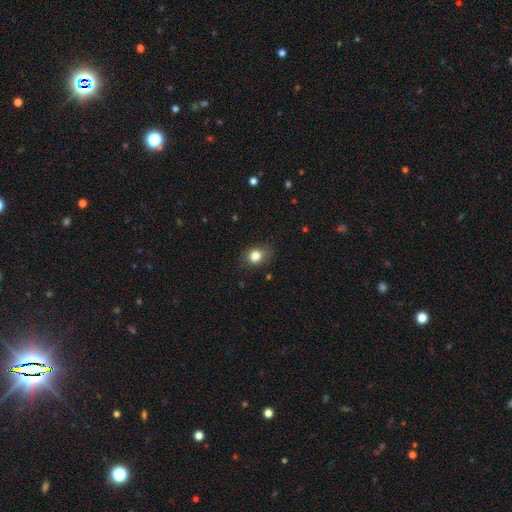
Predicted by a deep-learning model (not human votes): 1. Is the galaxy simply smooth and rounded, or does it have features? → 83% smooth, 10% star or artifact, 7% featured or disk.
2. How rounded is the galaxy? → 53% round, 45% in between, 1% cigar-shaped.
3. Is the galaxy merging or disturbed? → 76% none, 18% minor disturbance, 5% major disturbance, 1% merger.